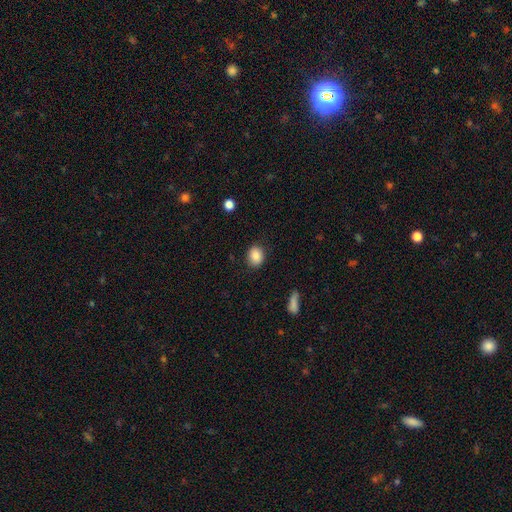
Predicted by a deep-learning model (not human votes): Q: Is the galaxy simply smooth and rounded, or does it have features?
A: smooth — 87%.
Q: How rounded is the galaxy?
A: in between — 52%.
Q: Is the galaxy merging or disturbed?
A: none — 87%.